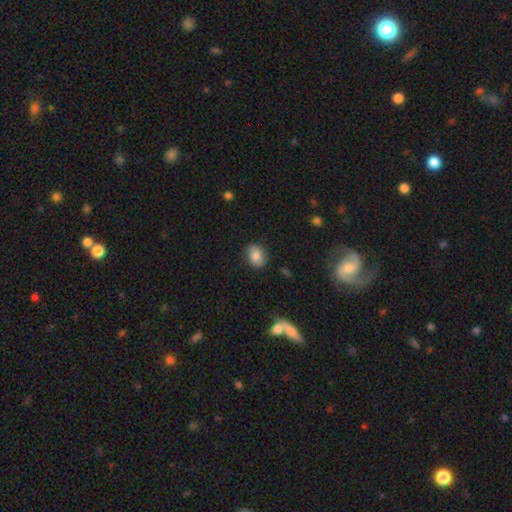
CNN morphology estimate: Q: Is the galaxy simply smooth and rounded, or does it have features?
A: smooth — 79%.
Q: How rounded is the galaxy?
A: round — 51%.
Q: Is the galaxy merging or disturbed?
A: none — 81%.